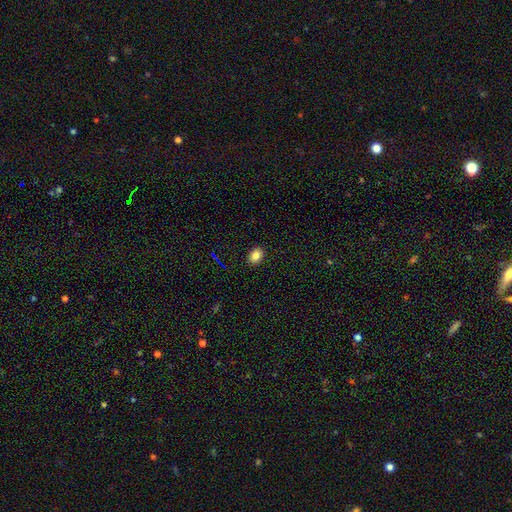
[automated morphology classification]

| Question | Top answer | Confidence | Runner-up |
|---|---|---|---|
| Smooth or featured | smooth | 83% | star or artifact (11%) |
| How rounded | in between | 66% | round (33%) |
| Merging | none | 90% | minor disturbance (7%) |